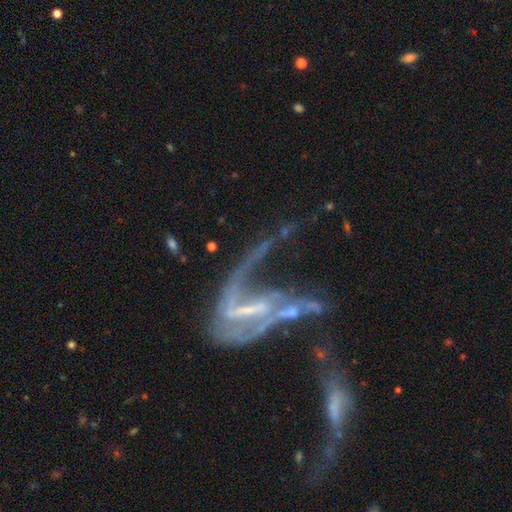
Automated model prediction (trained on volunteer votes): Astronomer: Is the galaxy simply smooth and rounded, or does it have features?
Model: featured or disk — 80%.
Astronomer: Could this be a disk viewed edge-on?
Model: no — 93%.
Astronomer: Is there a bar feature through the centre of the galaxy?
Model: strong — 36% (runner-up: weak, 34%).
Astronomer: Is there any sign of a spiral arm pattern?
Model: yes — 75%.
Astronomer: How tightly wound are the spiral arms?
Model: loose — 72%.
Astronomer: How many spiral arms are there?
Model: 2 — 42% (runner-up: 1, 34%).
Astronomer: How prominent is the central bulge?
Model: small — 41% (runner-up: none, 40%).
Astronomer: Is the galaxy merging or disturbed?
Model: major disturbance — 42% (runner-up: merger, 35%).